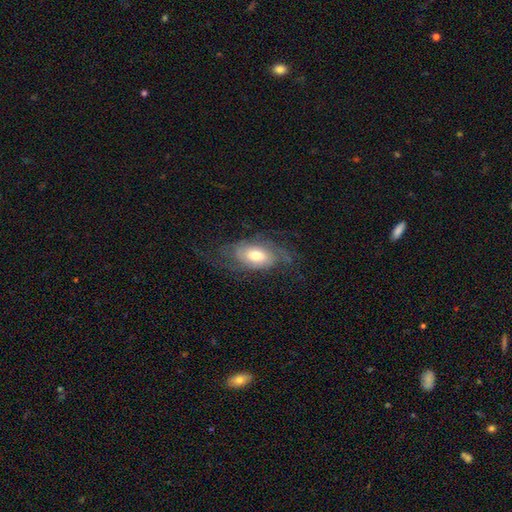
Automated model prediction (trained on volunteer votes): Q: Smooth or featured?
A: featured or disk (67%); runner-up: smooth (27%)
Q: Edge-on disk?
A: no (92%); runner-up: yes (8%)
Q: Bar?
A: no (67%); runner-up: weak (26%)
Q: Spiral arms?
A: yes (85%); runner-up: no (15%)
Q: Spiral winding?
A: medium (39%); runner-up: tight (31%)
Q: Spiral arm count?
A: 2 (41%); runner-up: can't tell (31%)
Q: Bulge size?
A: moderate (66%); runner-up: large (17%)
Q: Merging?
A: none (59%); runner-up: major disturbance (20%)